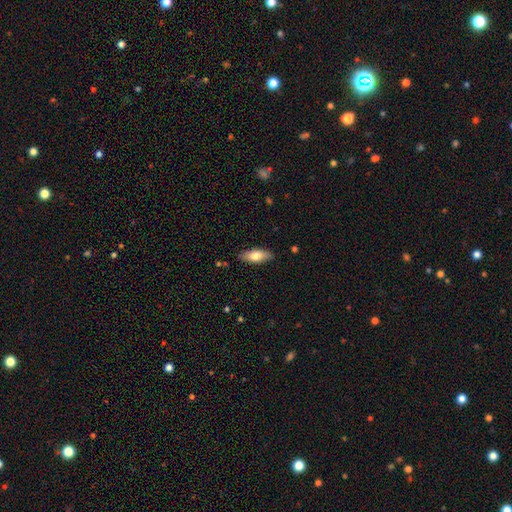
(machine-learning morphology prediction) Overall: smooth (73%). How rounded: in between (73%). Merging: none (87%).